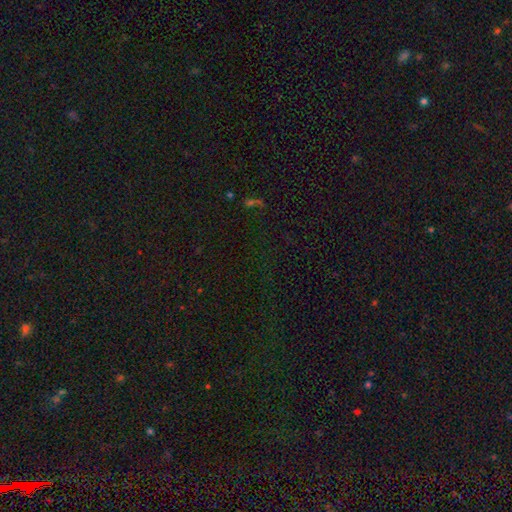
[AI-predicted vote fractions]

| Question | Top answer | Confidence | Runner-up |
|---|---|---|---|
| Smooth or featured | star or artifact | 73% | smooth (17%) |